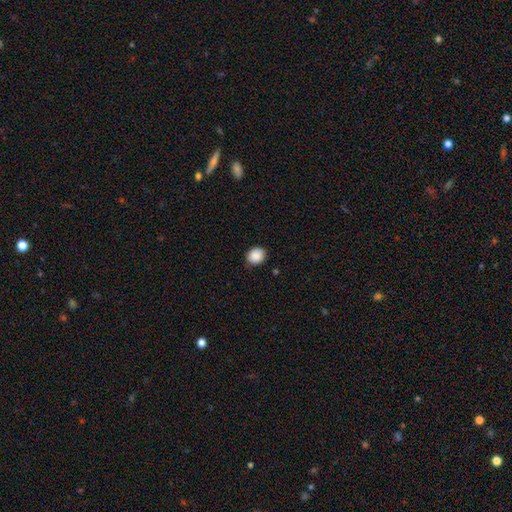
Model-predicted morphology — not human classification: Smooth or featured?
  - smooth: 89% *
  - star or artifact: 8%
  - featured or disk: 3%
How rounded?
  - round: 67% *
  - in between: 33%
  - cigar-shaped: 1%
Merging?
  - none: 86% *
  - minor disturbance: 11%
  - major disturbance: 2%
  - merger: 1%